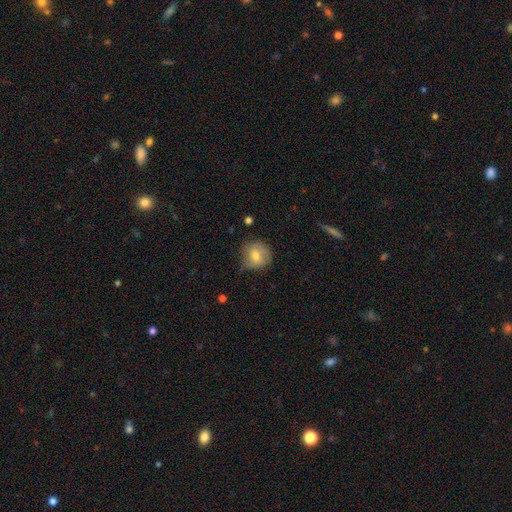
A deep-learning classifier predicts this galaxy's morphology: Smooth or featured?
  - smooth: 71% *
  - featured or disk: 20%
  - star or artifact: 8%
How rounded?
  - round: 83% *
  - in between: 16%
  - cigar-shaped: 1%
Merging?
  - none: 65% *
  - minor disturbance: 26%
  - major disturbance: 7%
  - merger: 2%